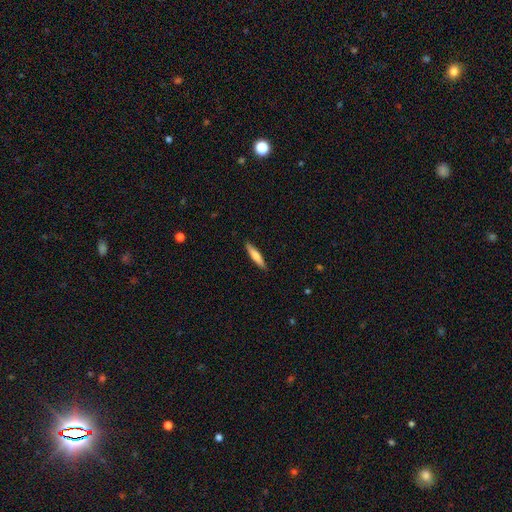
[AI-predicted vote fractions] Smooth or featured: smooth — 70% (featured or disk — 25%)
How rounded: cigar-shaped — 87% (in between — 12%)
Merging: none — 89% (minor disturbance — 8%)